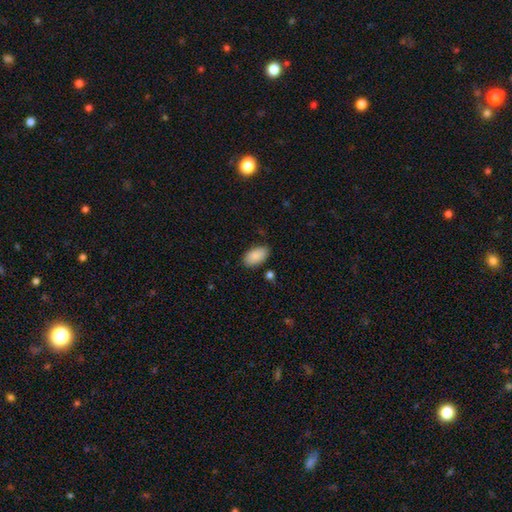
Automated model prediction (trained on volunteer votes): Smooth or featured? Predicted: smooth (p=0.89). How rounded? Predicted: in between (p=0.95). Merging? Predicted: none (p=0.82).